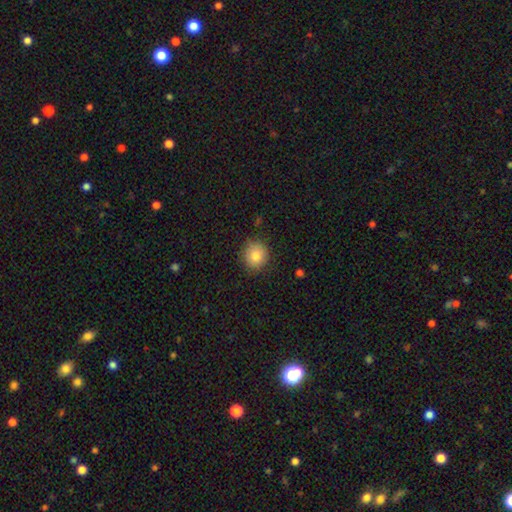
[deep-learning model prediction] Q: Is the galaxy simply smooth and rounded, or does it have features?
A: smooth — 85%.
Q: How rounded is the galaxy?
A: round — 86%.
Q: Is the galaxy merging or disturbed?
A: none — 85%.